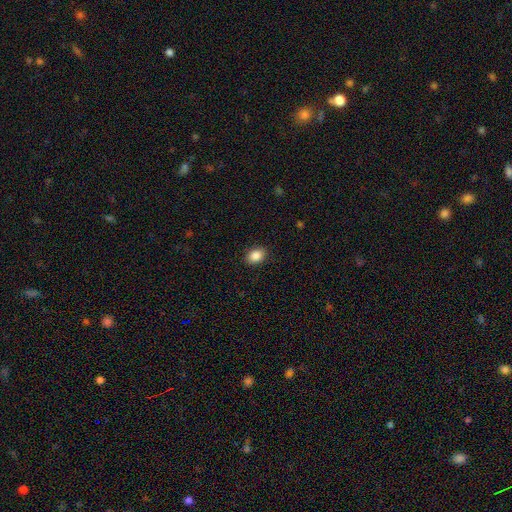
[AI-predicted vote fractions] Smooth or featured?
  - smooth: 88% *
  - star or artifact: 8%
  - featured or disk: 4%
How rounded?
  - in between: 73% *
  - round: 26%
  - cigar-shaped: 1%
Merging?
  - none: 89% *
  - minor disturbance: 8%
  - major disturbance: 2%
  - merger: 1%